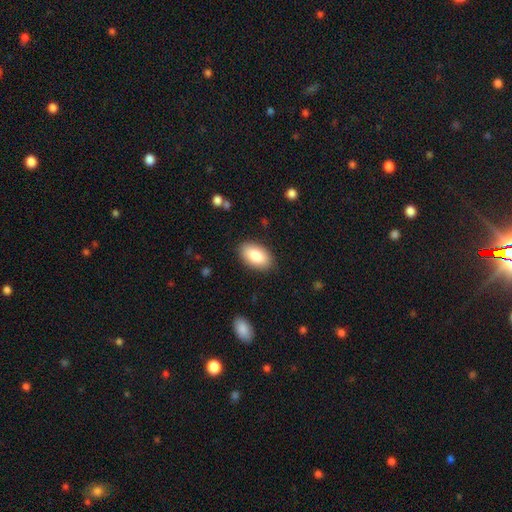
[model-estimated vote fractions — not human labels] Q: Smooth or featured?
A: smooth (84%); runner-up: featured or disk (9%)
Q: How rounded?
A: in between (94%); runner-up: round (4%)
Q: Merging?
A: none (87%); runner-up: minor disturbance (9%)